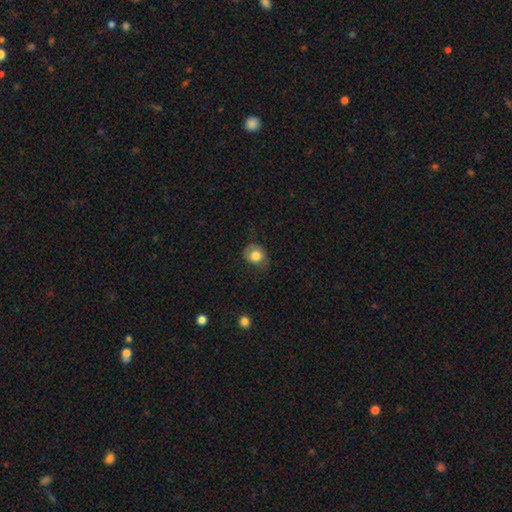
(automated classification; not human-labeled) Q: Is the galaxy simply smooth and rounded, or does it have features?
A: smooth — 79%.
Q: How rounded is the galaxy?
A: round — 69%.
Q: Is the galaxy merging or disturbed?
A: none — 58%.